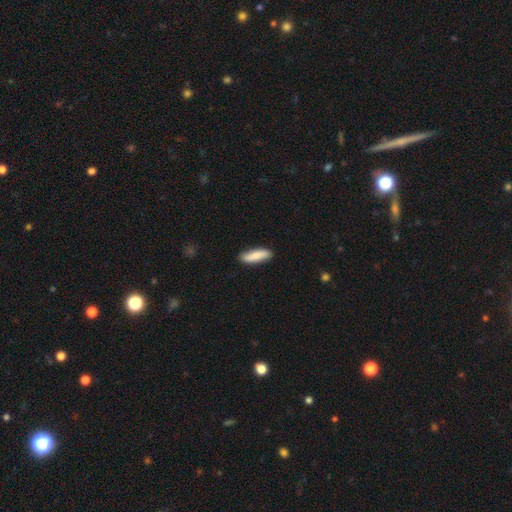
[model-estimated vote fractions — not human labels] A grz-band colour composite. It shows a smooth galaxy with no disk features (83%) that is cigar-shaped (60%). Merging: none (86%).